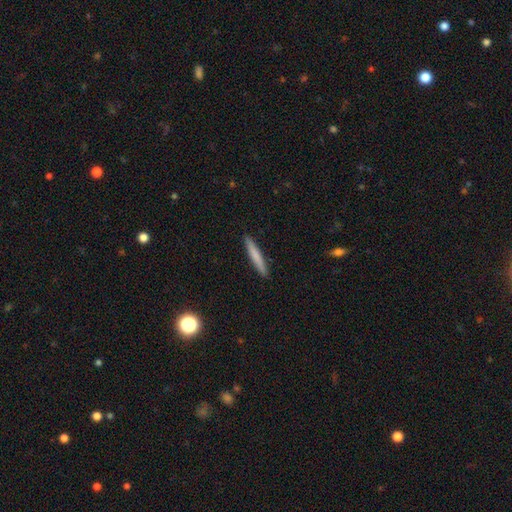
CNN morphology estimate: A smooth galaxy with no disk features (73%) that is cigar-shaped (95%).

Vote fractions:
- Smooth or featured? smooth: 73% / featured or disk: 22% / star or artifact: 6%
- How rounded? cigar-shaped: 95% / in between: 3% / round: 1%
- Merging? none: 92% / minor disturbance: 6% / major disturbance: 1% / merger: 1%